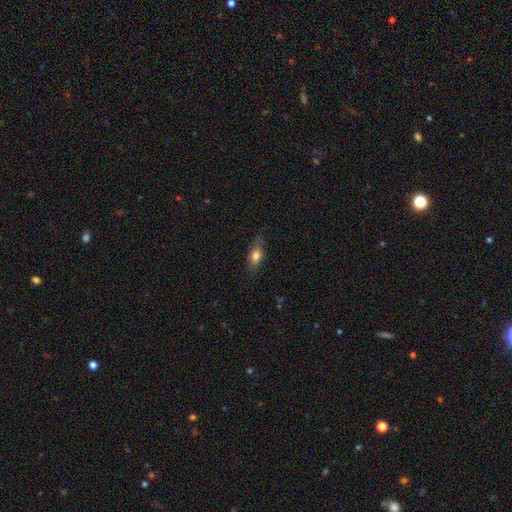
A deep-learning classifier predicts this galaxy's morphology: A smooth galaxy with no disk features (73%) that is in between round and cigar-shaped (73%). Merging: none (70%).